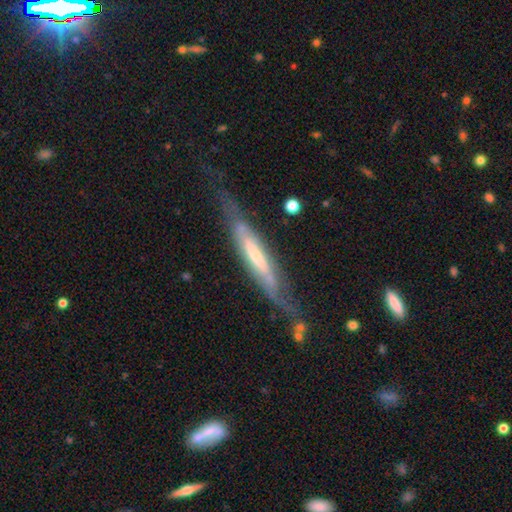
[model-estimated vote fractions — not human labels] Smooth or featured: featured or disk — 71% (smooth — 23%)
Edge-on disk: yes — 66% (no — 34%)
Merging: none — 60% (minor disturbance — 24%)